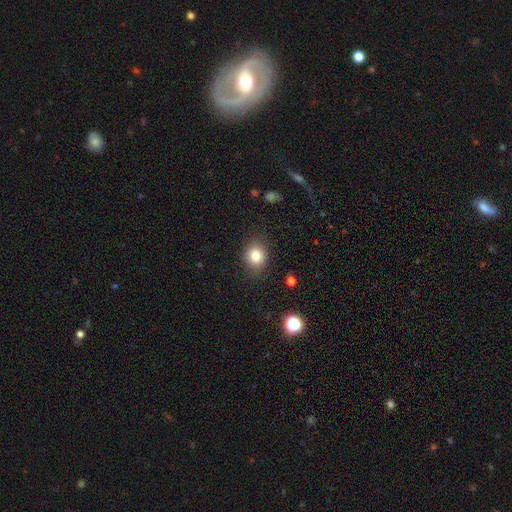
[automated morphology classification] Smooth or featured? Predicted: smooth (p=0.81). How rounded? Predicted: round (p=0.68). Merging? Predicted: none (p=0.85).